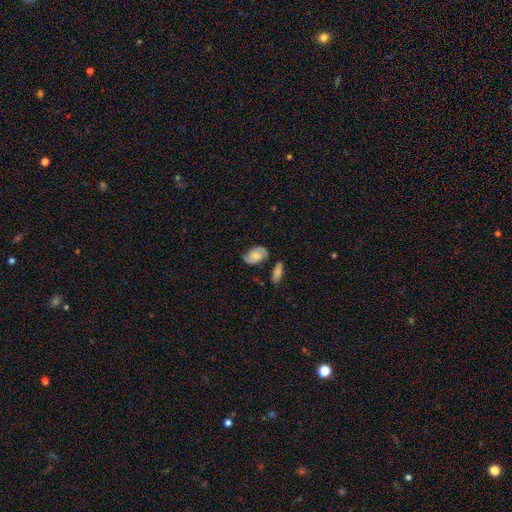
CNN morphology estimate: A featured or disk galaxy (54%) with no bar (53%), spiral arms (88%) and a moderate central bulge (45%). Merging: none (67%).